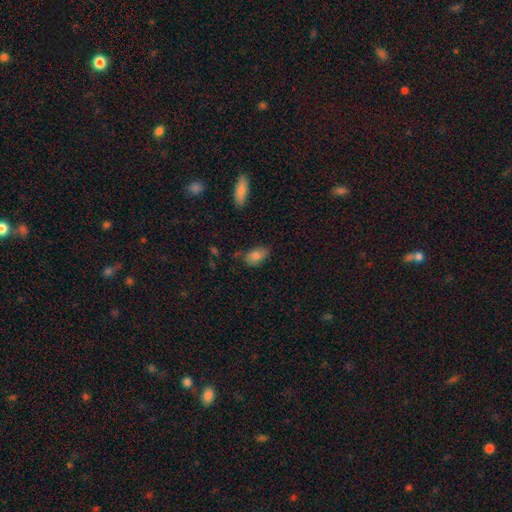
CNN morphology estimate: This appears to be a smooth galaxy with no disk features (81%) that is in between round and cigar-shaped (90%). Merging: none (71%).